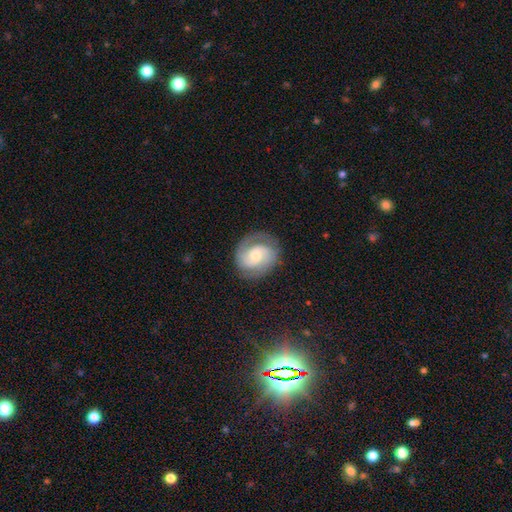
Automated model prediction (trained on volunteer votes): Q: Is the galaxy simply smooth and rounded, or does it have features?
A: featured or disk — 80%.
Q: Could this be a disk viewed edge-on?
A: no — 98%.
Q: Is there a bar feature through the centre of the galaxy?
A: no — 54%.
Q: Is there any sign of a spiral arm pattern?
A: yes — 96%.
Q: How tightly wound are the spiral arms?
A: tight — 47%.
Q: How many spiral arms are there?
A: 2 — 83%.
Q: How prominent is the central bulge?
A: small — 46%.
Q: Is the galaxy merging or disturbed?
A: none — 80%.